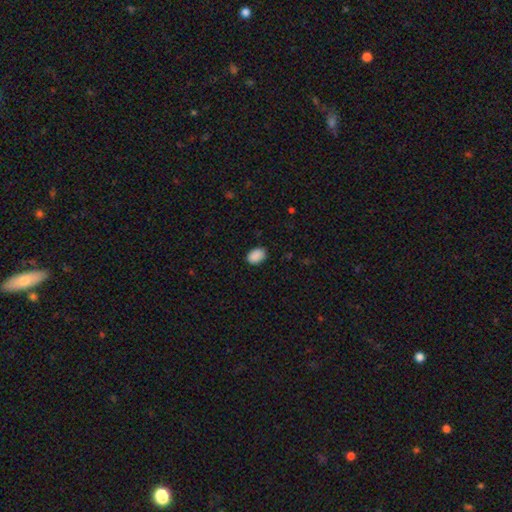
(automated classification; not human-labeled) Overall: smooth (90%). How rounded: in between (81%). Merging: none (87%).